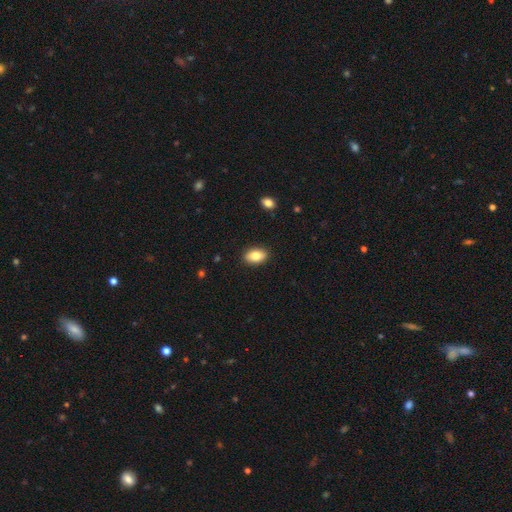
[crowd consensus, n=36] Smooth or featured?
  - smooth: 92% *
  - featured or disk: 6%
  - star or artifact: 3%
How rounded?
  - in between: 85% *
  - round: 12%
  - cigar-shaped: 3%
Merging?
  - none: 71% *
  - minor disturbance: 20%
  - major disturbance: 6%
  - merger: 3%